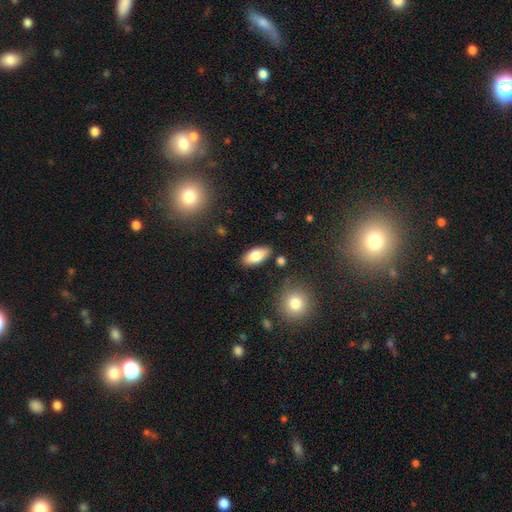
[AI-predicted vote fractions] Overall: smooth (80%). How rounded: in between (88%). Merging: none (84%).